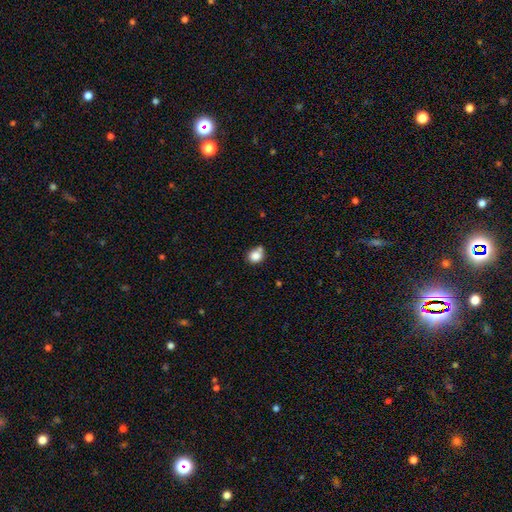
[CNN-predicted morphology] This is clearly a smooth galaxy (84%). How rounded: likely round (74%). Merging: possibly none (57%).